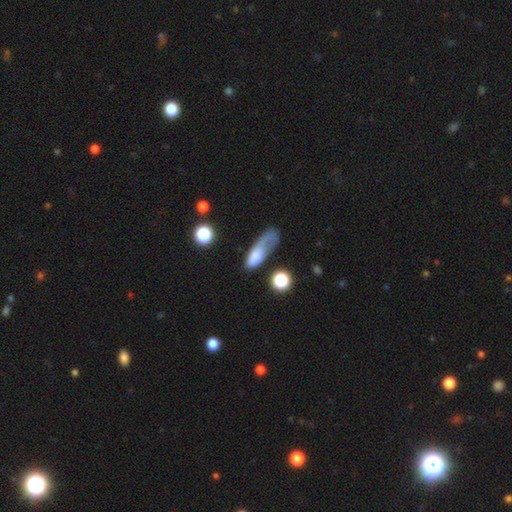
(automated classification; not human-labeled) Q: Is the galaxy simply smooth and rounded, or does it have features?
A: smooth — 63%.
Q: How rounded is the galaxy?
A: in between — 66%.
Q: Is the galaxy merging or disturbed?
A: major disturbance — 43%.